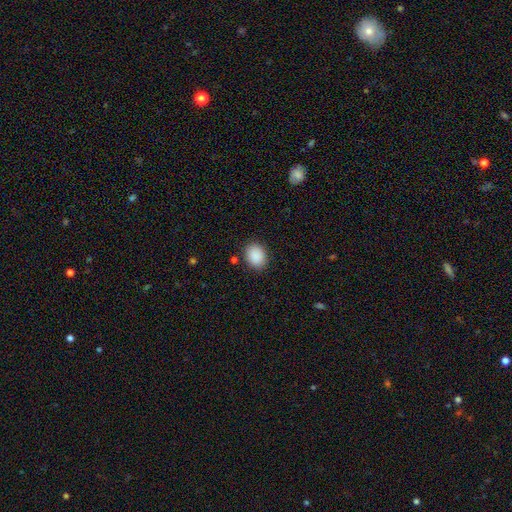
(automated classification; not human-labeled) smooth-or-featured: smooth: 90% | star or artifact: 7% | featured or disk: 3%
  how-rounded: in between: 60% | round: 39% | cigar-shaped: 1%
  merging: none: 87% | minor disturbance: 9% | major disturbance: 3% | merger: 1%